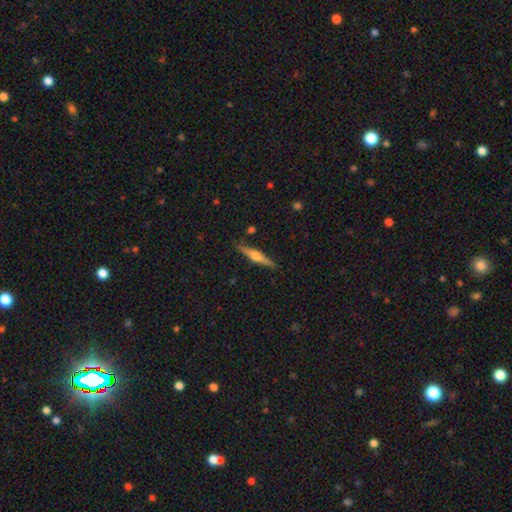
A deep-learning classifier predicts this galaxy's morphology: Q: Smooth or featured?
A: featured or disk (63%); runner-up: smooth (31%)
Q: Edge-on disk?
A: yes (97%); runner-up: no (3%)
Q: Edge-on bulge?
A: rounded (86%); runner-up: boxy (8%)
Q: Merging?
A: none (88%); runner-up: minor disturbance (9%)